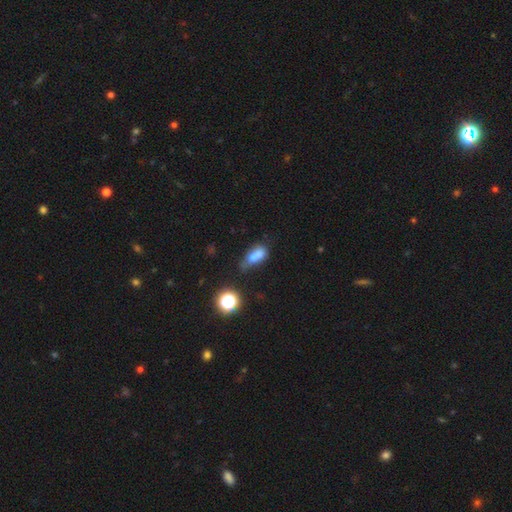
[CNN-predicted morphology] smooth 64%, featured or disk 20%, star or artifact 15%. Down the decision tree: how rounded — in between (67%); merging — merger (34%).